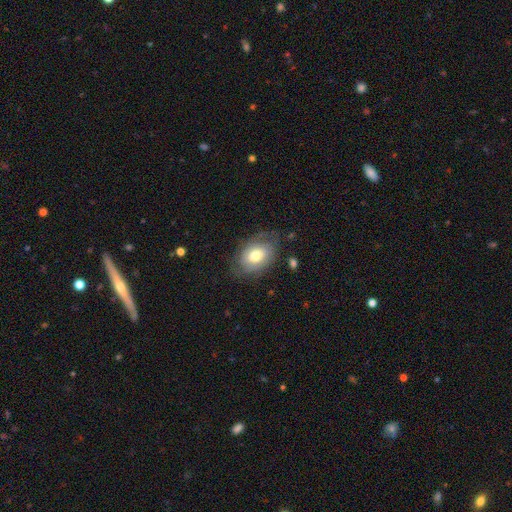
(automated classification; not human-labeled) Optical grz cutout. It shows a smooth galaxy with no disk features (53%) that is in between round and cigar-shaped (78%). Merging: none (66%).